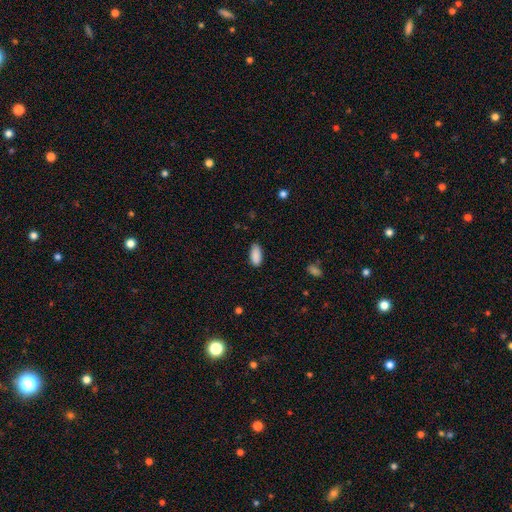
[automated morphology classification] smooth-or-featured: smooth: 90% | star or artifact: 7% | featured or disk: 3%
  how-rounded: in between: 90% | cigar-shaped: 8% | round: 2%
  merging: none: 83% | minor disturbance: 14% | major disturbance: 2% | merger: 1%